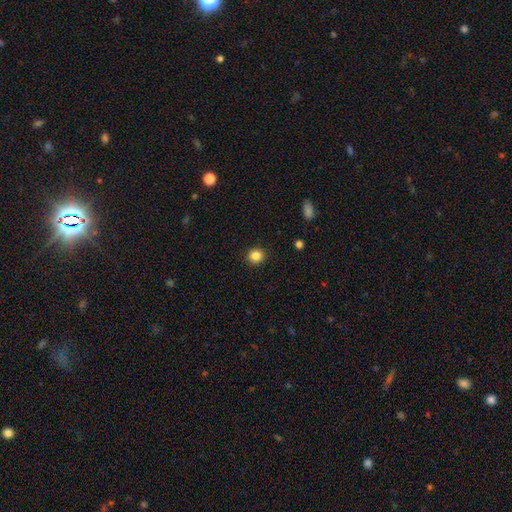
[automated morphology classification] This appears to be a smooth galaxy with no disk features (85%) that is round (91%). Merging: none (92%).